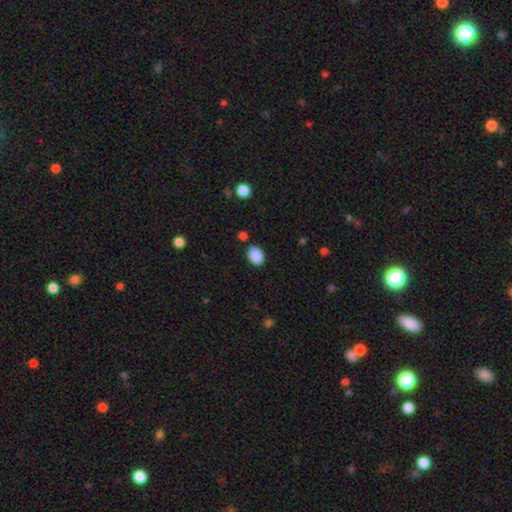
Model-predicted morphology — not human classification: A smooth galaxy with no disk features (89%) that is in between round and cigar-shaped (81%).

Vote fractions:
- Smooth or featured? smooth: 89% / star or artifact: 8% / featured or disk: 3%
- How rounded? in between: 81% / round: 18% / cigar-shaped: 1%
- Merging? none: 84% / minor disturbance: 10% / merger: 3% / major disturbance: 3%